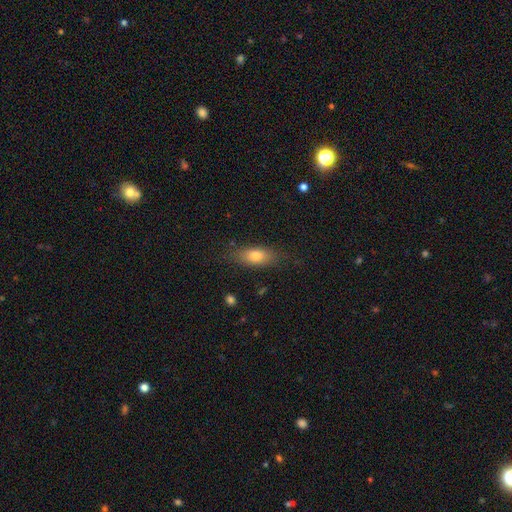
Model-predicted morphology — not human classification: smooth-or-featured: smooth: 74% | featured or disk: 18% | star or artifact: 9%
  how-rounded: in between: 75% | cigar-shaped: 20% | round: 6%
  merging: none: 79% | minor disturbance: 15% | major disturbance: 4% | merger: 1%